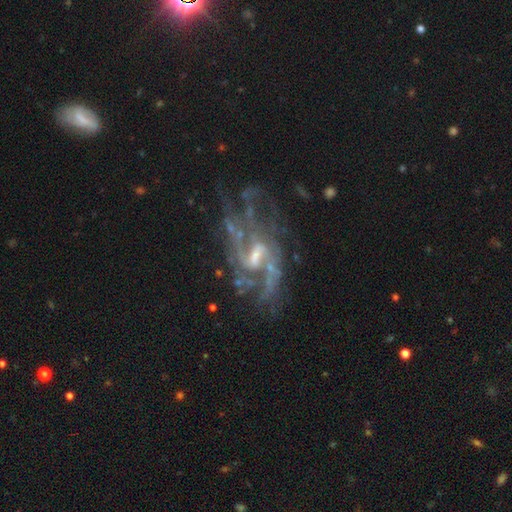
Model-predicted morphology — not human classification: This appears to be a featured or disk galaxy (88%) with a weak bar (56%), 2 (44%) medium (45%) spiral arms (91%) and a small central bulge (46%). Merging: none (50%).